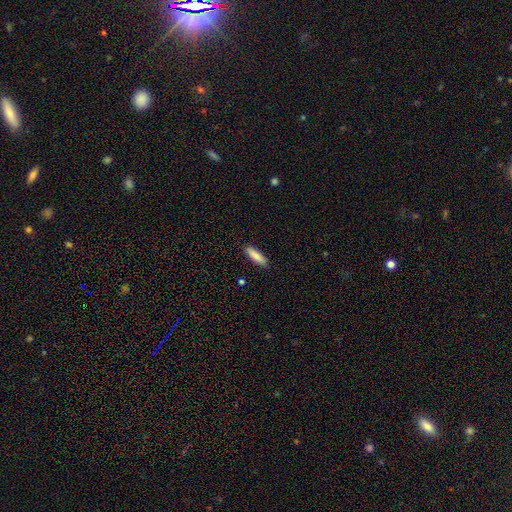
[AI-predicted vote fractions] Smooth or featured? smooth (87%)
How rounded? cigar-shaped (62%)
Merging? none (88%)